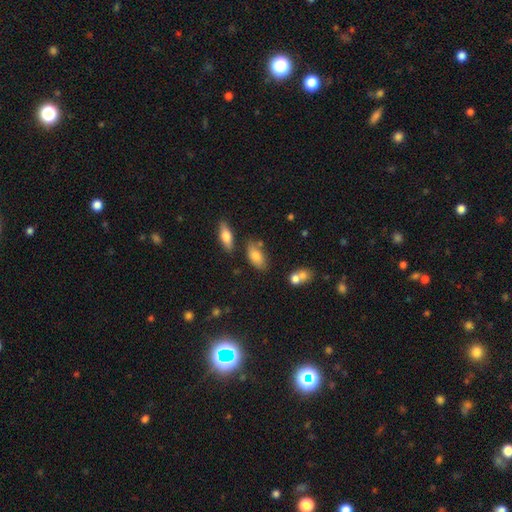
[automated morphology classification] Q: Smooth or featured?
A: smooth (76%); runner-up: featured or disk (15%)
Q: How rounded?
A: in between (89%); runner-up: cigar-shaped (6%)
Q: Merging?
A: none (64%); runner-up: minor disturbance (21%)